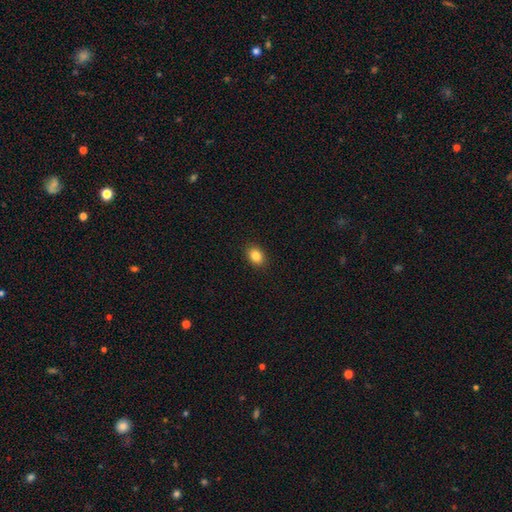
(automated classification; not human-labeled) Smooth or featured: smooth — 85% (star or artifact — 9%)
How rounded: in between — 65% (round — 34%)
Merging: none — 90% (minor disturbance — 7%)